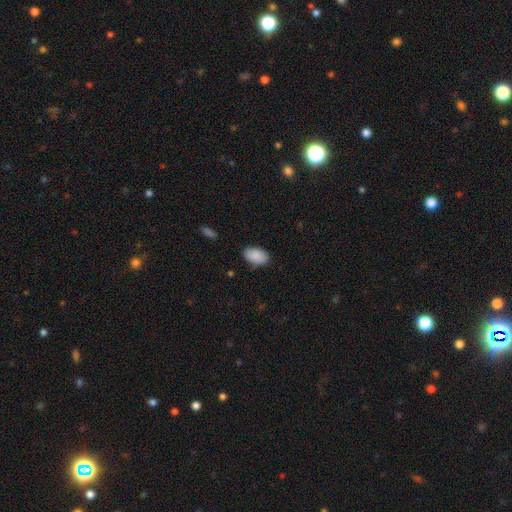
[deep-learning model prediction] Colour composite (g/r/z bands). It shows a smooth galaxy with no disk features (90%) that is in between round and cigar-shaped (94%). Merging: none (85%).